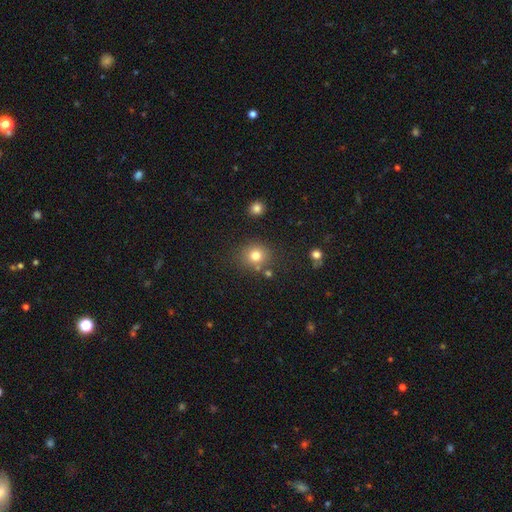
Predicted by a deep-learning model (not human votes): Smooth or featured? Predicted: smooth (p=0.78). How rounded? Predicted: round (p=0.85). Merging? Predicted: none (p=0.79).